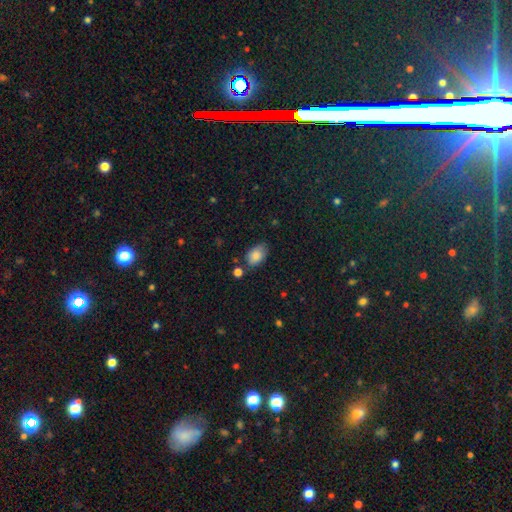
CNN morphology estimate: This is clearly a smooth galaxy (84%). How rounded: clearly in between (88%). Merging: likely none (69%).